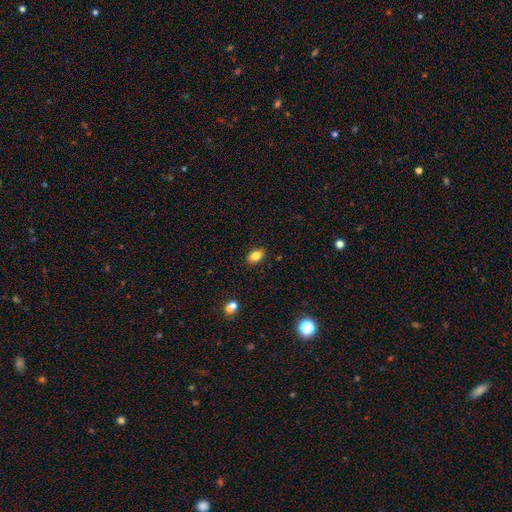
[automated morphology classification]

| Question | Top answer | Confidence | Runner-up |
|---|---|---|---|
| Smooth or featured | smooth | 83% | star or artifact (9%) |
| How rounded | in between | 88% | round (10%) |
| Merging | none | 88% | minor disturbance (9%) |